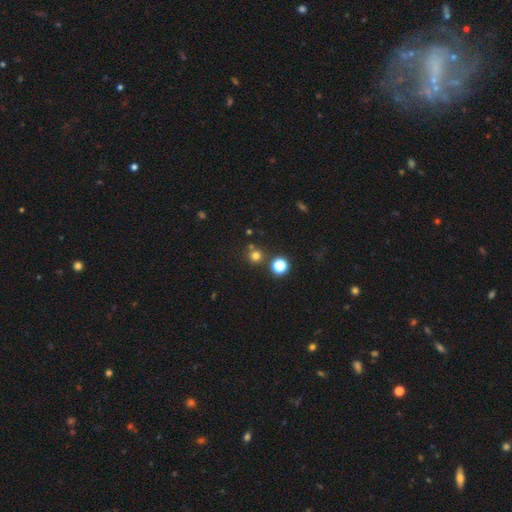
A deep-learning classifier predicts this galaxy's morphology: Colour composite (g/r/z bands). It shows a smooth galaxy with no disk features (71%) that is round (93%). Merging: none (78%).